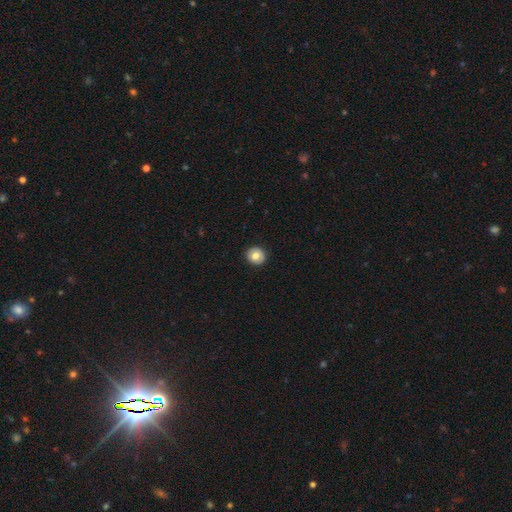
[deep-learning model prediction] Smooth or featured? Predicted: smooth (p=0.73). How rounded? Predicted: round (p=0.90). Merging? Predicted: none (p=0.91).